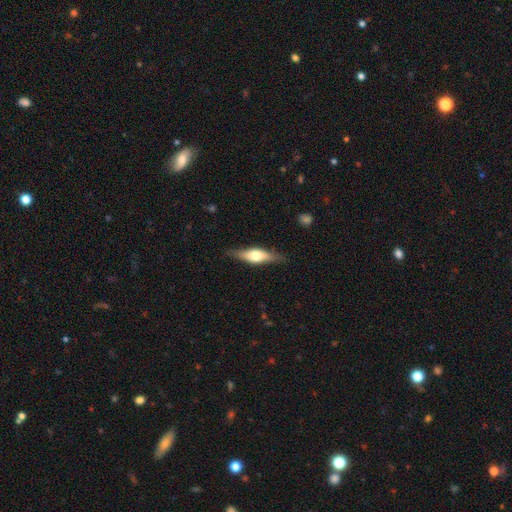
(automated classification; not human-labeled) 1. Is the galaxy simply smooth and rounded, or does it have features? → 54% featured or disk, 41% smooth, 6% star or artifact.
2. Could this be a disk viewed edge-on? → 90% yes, 10% no.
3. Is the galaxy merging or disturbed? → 83% none, 13% minor disturbance, 3% major disturbance, 1% merger.